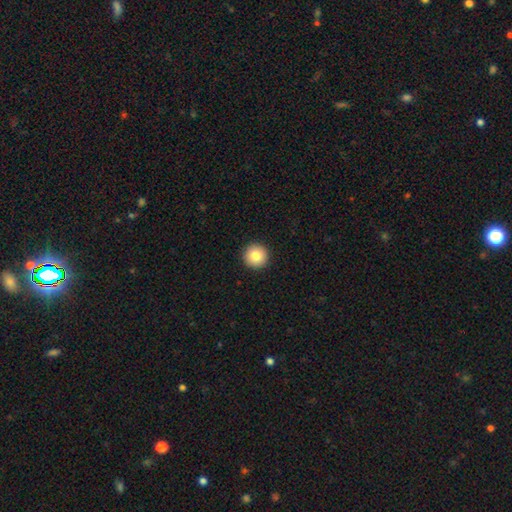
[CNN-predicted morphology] The model was most divided on "smooth or featured": smooth: 83%, star or artifact: 9%, featured or disk: 8%. More confident: how rounded — round (97%); merging — none (94%).